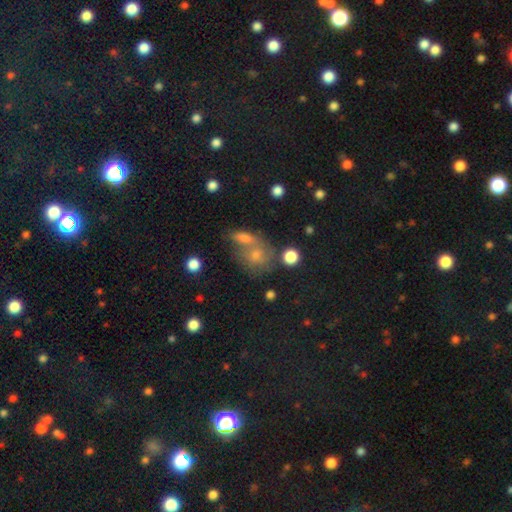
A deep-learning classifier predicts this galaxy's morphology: type=smooth (67%); roundness=round (68%); merging=merger (42%).